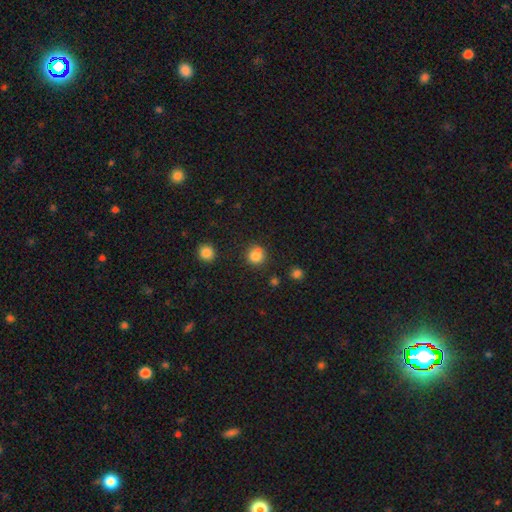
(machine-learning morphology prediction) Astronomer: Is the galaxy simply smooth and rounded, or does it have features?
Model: smooth — 83%.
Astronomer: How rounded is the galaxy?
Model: round — 88%.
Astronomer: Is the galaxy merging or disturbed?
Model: none — 77%.